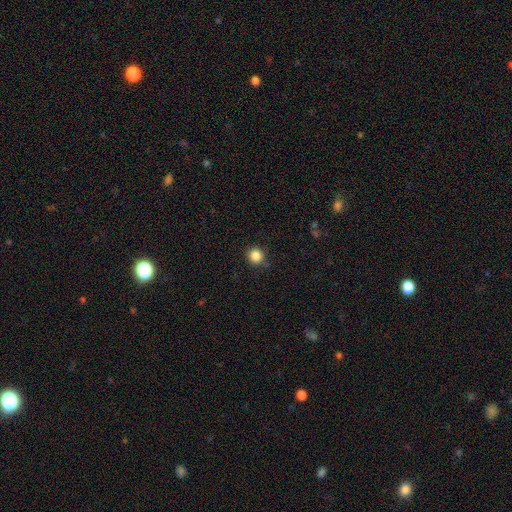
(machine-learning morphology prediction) smooth_or_featured: smooth (p=0.85) [alt: star or artifact p=0.11]
how_rounded: round (p=0.94) [alt: in between p=0.05]
merging: none (p=0.89) [alt: minor disturbance p=0.08]